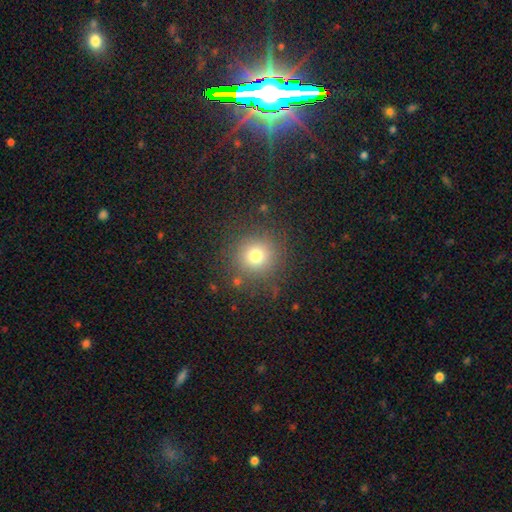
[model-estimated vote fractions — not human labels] Smooth or featured?
  - smooth: 75% *
  - star or artifact: 16%
  - featured or disk: 9%
How rounded?
  - round: 93% *
  - in between: 6%
  - cigar-shaped: 1%
Merging?
  - none: 85% *
  - minor disturbance: 9%
  - major disturbance: 4%
  - merger: 2%